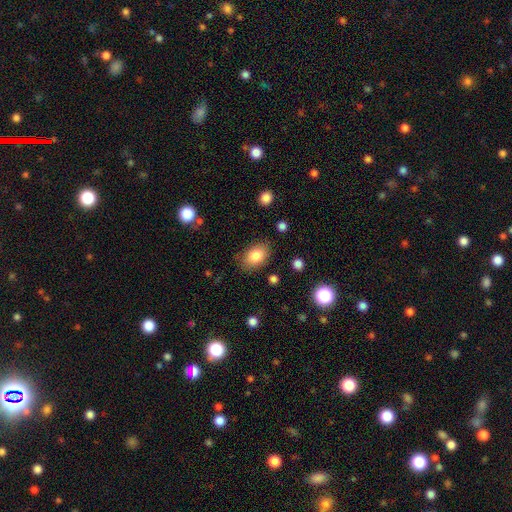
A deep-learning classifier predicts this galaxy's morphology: This appears to be a smooth galaxy with no disk features (83%) that is in between round and cigar-shaped (85%). Merging: none (82%).